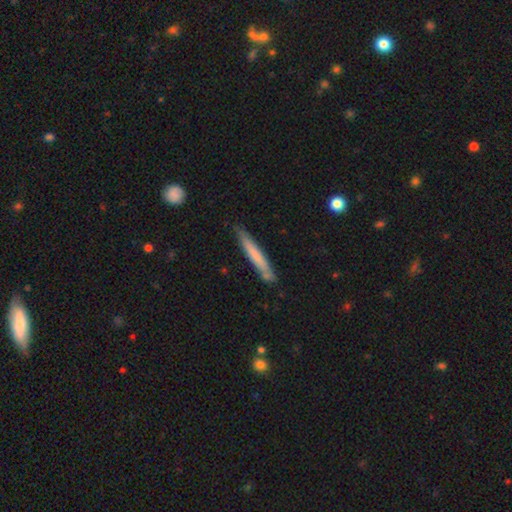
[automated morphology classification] Smooth or featured? smooth (63%)
How rounded? cigar-shaped (95%)
Merging? none (76%)